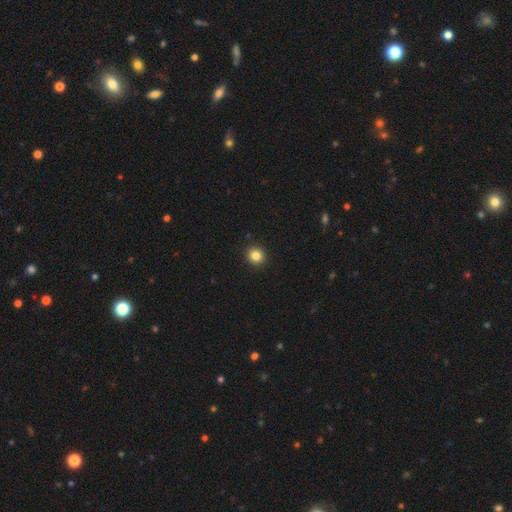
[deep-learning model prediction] smooth 84%, star or artifact 11%, featured or disk 5%. Down the decision tree: how rounded — round (90%); merging — none (93%).